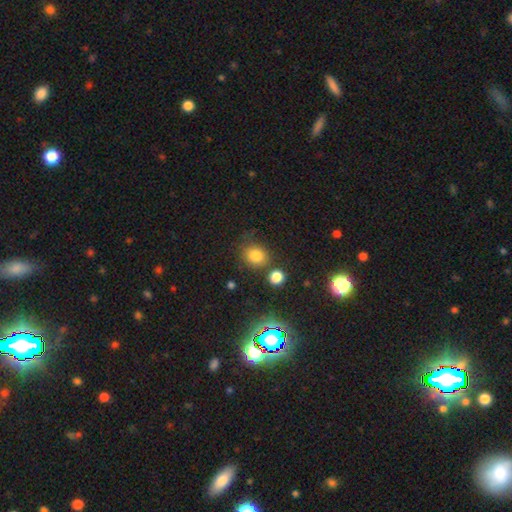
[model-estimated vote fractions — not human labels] This is likely a smooth galaxy (77%). How rounded: likely round (75%). Merging: likely none (72%).